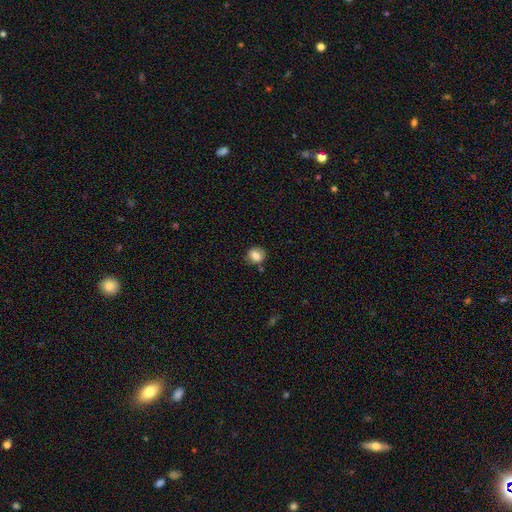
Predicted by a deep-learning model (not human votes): smooth-or-featured: smooth: 79% | featured or disk: 11% | star or artifact: 10%
  how-rounded: round: 70% | in between: 29% | cigar-shaped: 1%
  merging: none: 76% | minor disturbance: 16% | merger: 5% | major disturbance: 4%